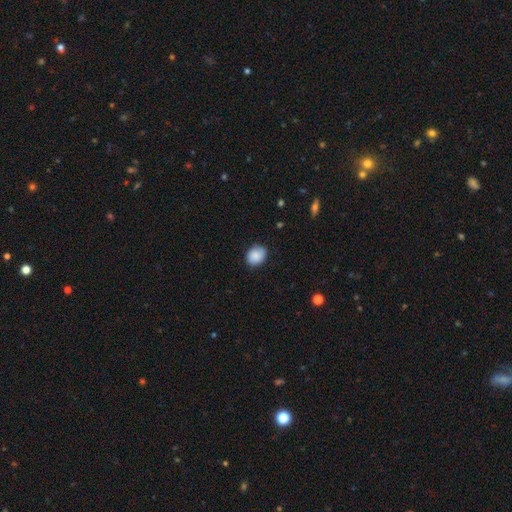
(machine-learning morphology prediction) A smooth galaxy with no disk features (85%) that is round (52%).

Vote fractions:
- Smooth or featured? smooth: 85% / star or artifact: 8% / featured or disk: 7%
- How rounded? round: 52% / in between: 47% / cigar-shaped: 1%
- Merging? none: 79% / minor disturbance: 17% / major disturbance: 3% / merger: 1%